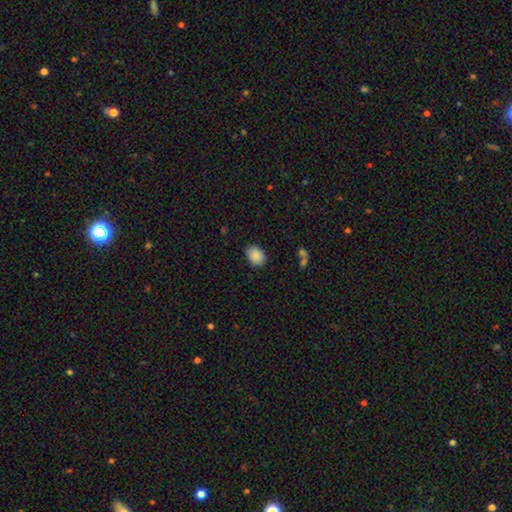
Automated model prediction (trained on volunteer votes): Smooth or featured? smooth (89%)
How rounded? in between (70%)
Merging? none (84%)